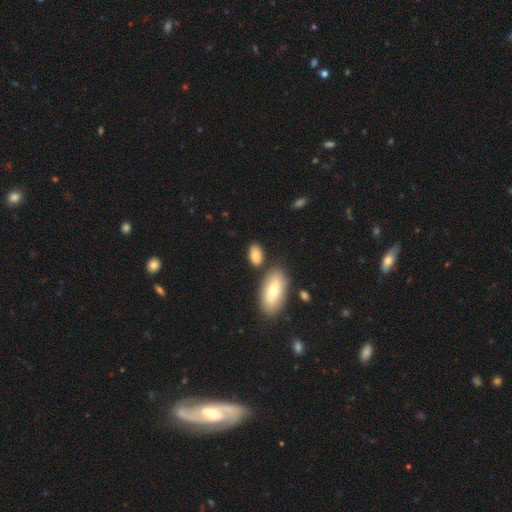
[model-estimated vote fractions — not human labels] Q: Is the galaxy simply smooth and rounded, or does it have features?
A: smooth — 82%.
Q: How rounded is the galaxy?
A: in between — 90%.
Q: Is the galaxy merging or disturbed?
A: none — 73%.